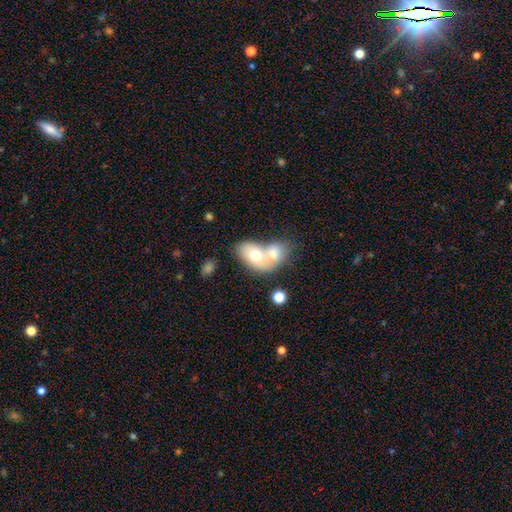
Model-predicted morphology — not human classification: smooth 61%, featured or disk 31%, star or artifact 8%. Down the decision tree: how rounded — in between (75%); merging — merger (77%).